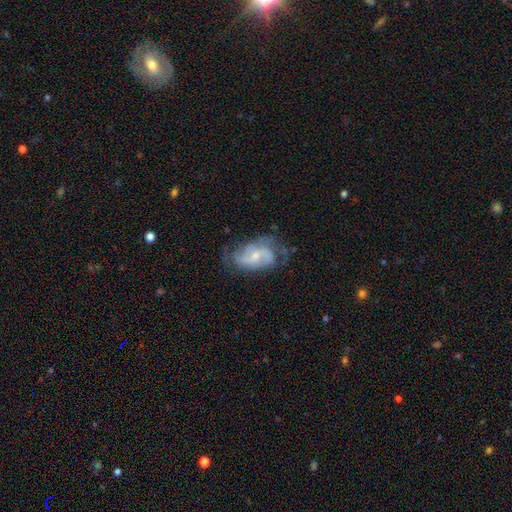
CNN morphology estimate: This appears to be a featured or disk galaxy (79%) with no bar (50%), 2 (58%) medium (46%) spiral arms (93%) and a small central bulge (59%). Merging: none (61%).